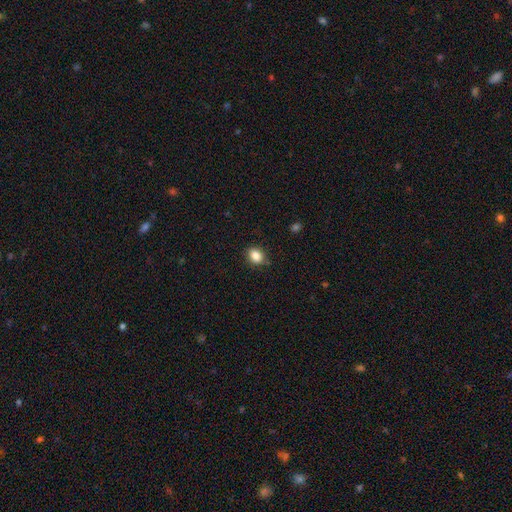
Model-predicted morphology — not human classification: smooth_or_featured: smooth (p=0.86) [alt: star or artifact p=0.09]
how_rounded: in between (p=0.60) [alt: round p=0.39]
merging: none (p=0.79) [alt: minor disturbance p=0.16]